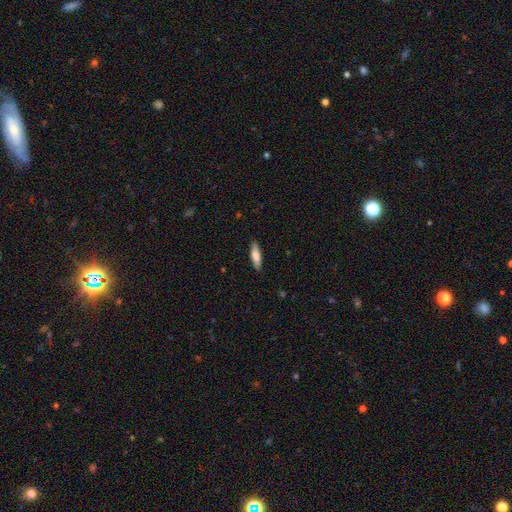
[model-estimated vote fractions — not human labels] This is likely a smooth galaxy (77%). How rounded: likely cigar-shaped (65%). Merging: clearly none (87%).